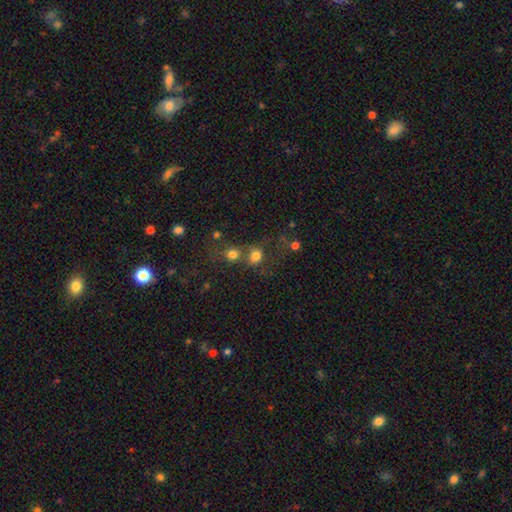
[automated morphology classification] smooth_or_featured: smooth (p=0.76) [alt: star or artifact p=0.16]
how_rounded: round (p=0.76) [alt: in between p=0.23]
merging: none (p=0.46) [alt: merger p=0.37]